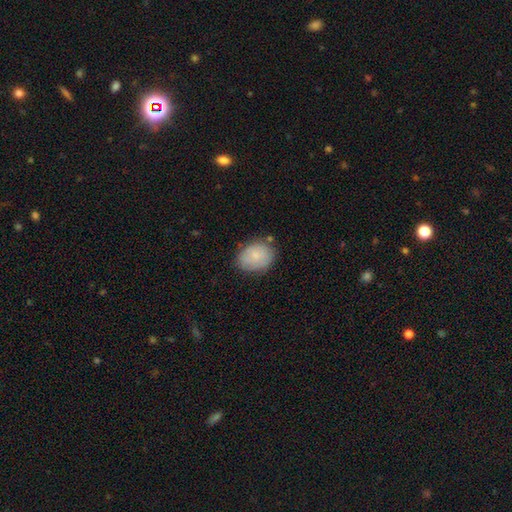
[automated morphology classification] Smooth or featured? Predicted: smooth (p=0.79). How rounded? Predicted: in between (p=0.63). Merging? Predicted: none (p=0.73).